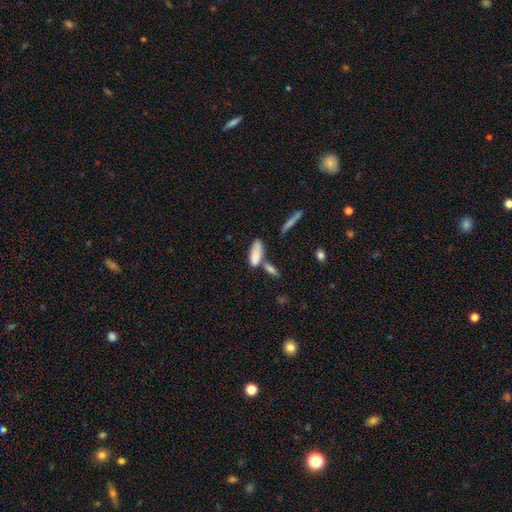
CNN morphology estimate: Smooth or featured?
  - smooth: 77% *
  - featured or disk: 15%
  - star or artifact: 8%
How rounded?
  - in between: 74% *
  - cigar-shaped: 24%
  - round: 3%
Merging?
  - none: 38% *
  - merger: 34%
  - minor disturbance: 19%
  - major disturbance: 8%